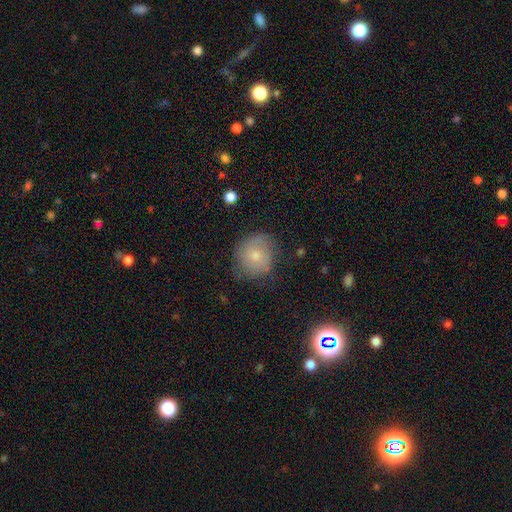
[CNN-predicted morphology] A smooth galaxy with no disk features (68%) that is round (84%).

Vote fractions:
- Smooth or featured? smooth: 68% / featured or disk: 24% / star or artifact: 9%
- How rounded? round: 84% / in between: 15% / cigar-shaped: 1%
- Merging? none: 67% / minor disturbance: 24% / major disturbance: 7% / merger: 2%